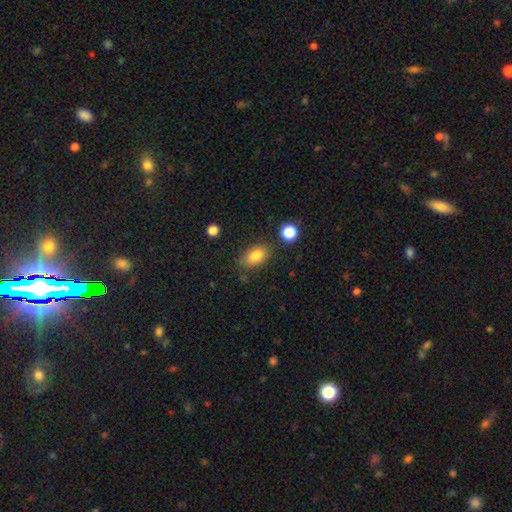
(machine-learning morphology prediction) smooth-or-featured: smooth: 83% | star or artifact: 9% | featured or disk: 9%
  how-rounded: in between: 88% | round: 10% | cigar-shaped: 2%
  merging: none: 75% | minor disturbance: 16% | major disturbance: 5% | merger: 4%